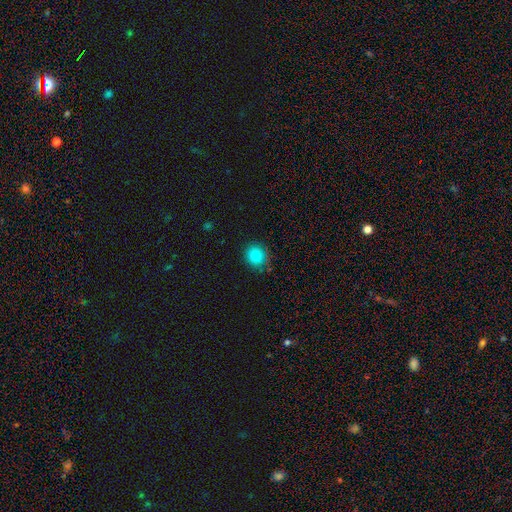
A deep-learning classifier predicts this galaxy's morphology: smooth-or-featured: smooth: 82% | star or artifact: 11% | featured or disk: 6%
  how-rounded: round: 87% | in between: 12% | cigar-shaped: 1%
  merging: none: 82% | minor disturbance: 13% | major disturbance: 3% | merger: 2%